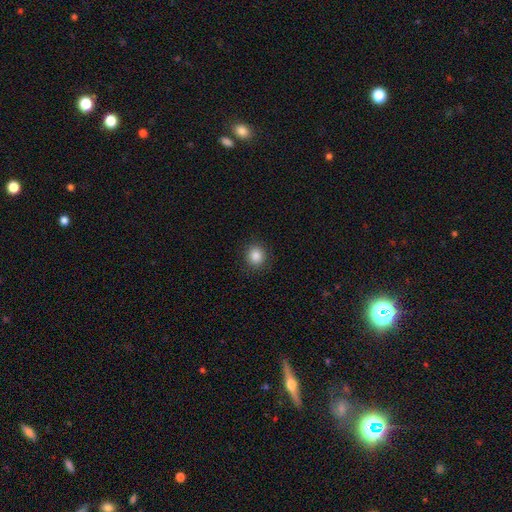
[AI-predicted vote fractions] This appears to be a smooth galaxy with no disk features (86%) that is round (85%). Merging: none (90%).